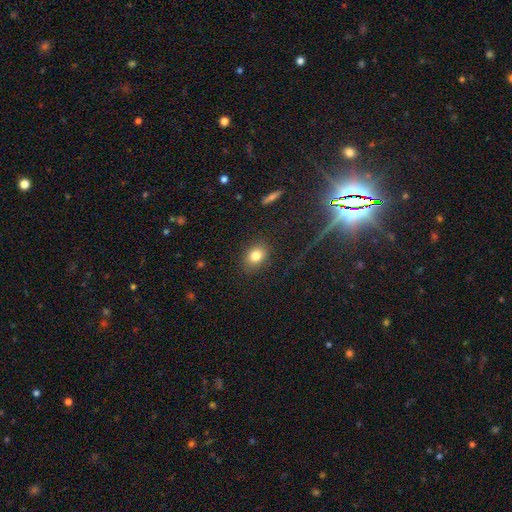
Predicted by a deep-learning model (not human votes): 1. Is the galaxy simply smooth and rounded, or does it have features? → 80% smooth, 11% star or artifact, 9% featured or disk.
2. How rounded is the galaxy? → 59% in between, 40% round, 1% cigar-shaped.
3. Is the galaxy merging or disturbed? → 84% none, 11% minor disturbance, 4% major disturbance, 1% merger.